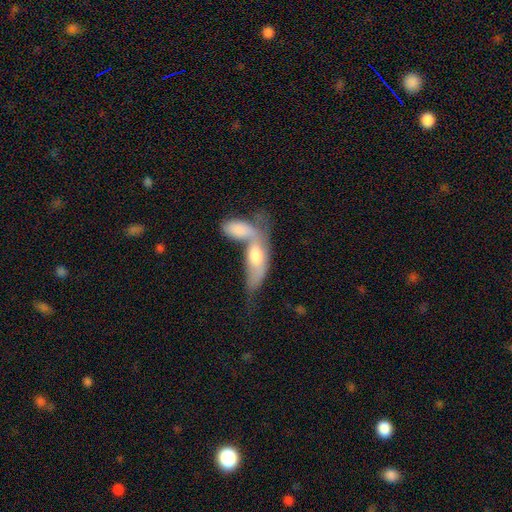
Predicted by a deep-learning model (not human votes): Overall: smooth (59%; featured or disk 35%). How rounded: in between (72%). Merging: merger (72%).